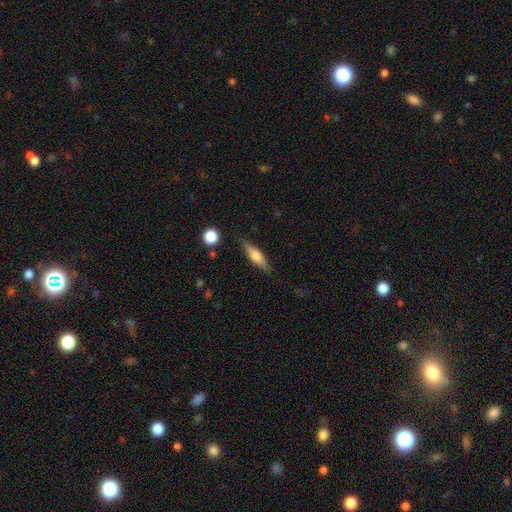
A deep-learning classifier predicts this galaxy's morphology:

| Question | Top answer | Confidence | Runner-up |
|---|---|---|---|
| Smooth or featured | smooth | 59% | featured or disk (34%) |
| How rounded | cigar-shaped | 64% | in between (34%) |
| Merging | none | 83% | minor disturbance (12%) |